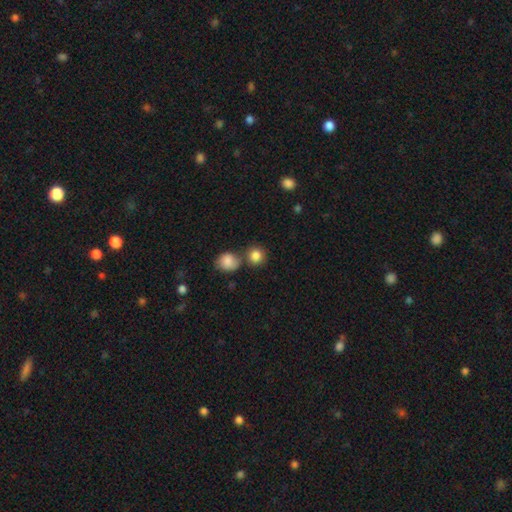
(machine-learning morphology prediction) type=smooth (85%); roundness=round (87%); merging=none (61%).